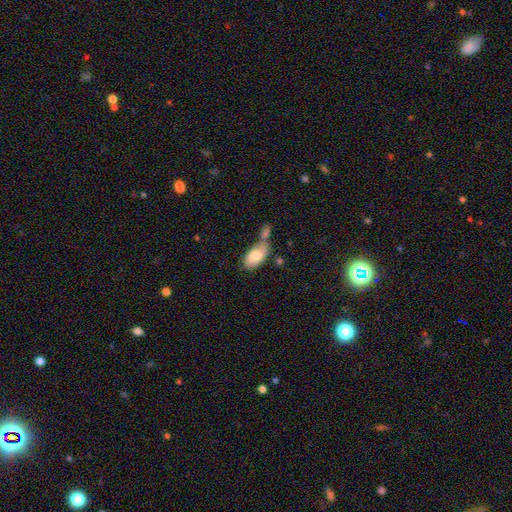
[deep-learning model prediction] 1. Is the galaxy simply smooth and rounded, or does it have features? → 74% smooth, 20% featured or disk, 6% star or artifact.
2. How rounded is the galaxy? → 93% in between, 4% round, 3% cigar-shaped.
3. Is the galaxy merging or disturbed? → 47% merger, 27% none, 17% minor disturbance, 9% major disturbance.